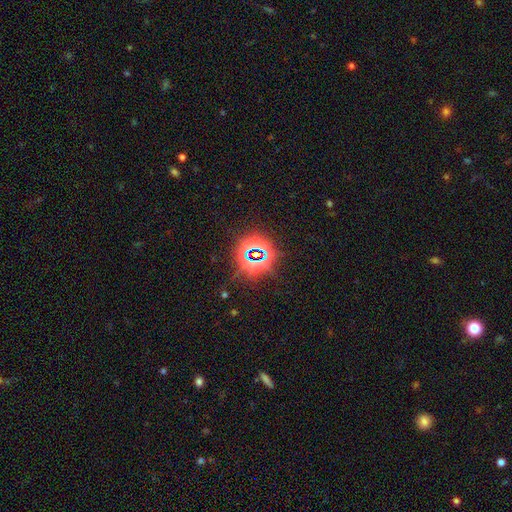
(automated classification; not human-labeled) smooth_or_featured: star or artifact (p=0.79) [alt: smooth p=0.13]